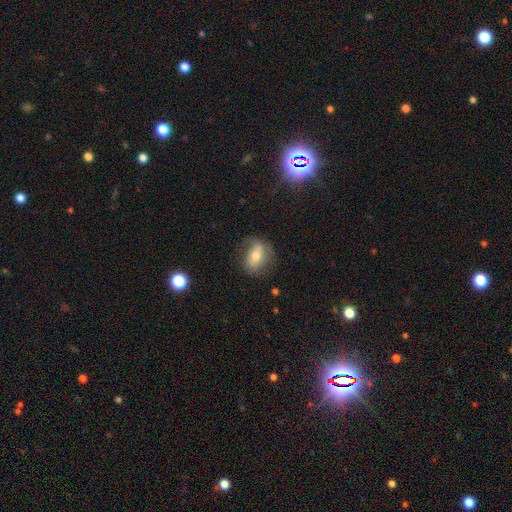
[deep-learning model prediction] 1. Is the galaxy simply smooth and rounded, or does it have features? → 56% smooth, 34% featured or disk, 10% star or artifact.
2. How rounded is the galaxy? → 73% in between, 24% round, 3% cigar-shaped.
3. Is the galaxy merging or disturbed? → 63% none, 24% minor disturbance, 12% major disturbance, 2% merger.